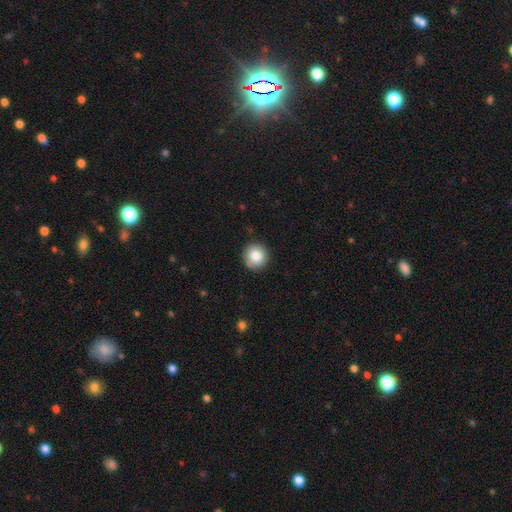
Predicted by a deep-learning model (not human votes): Smooth or featured? smooth (83%)
How rounded? round (93%)
Merging? none (88%)